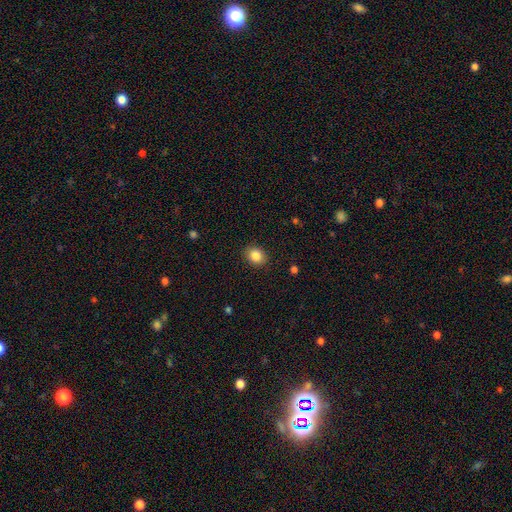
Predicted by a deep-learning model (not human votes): A smooth galaxy with no disk features (85%) that is round (55%). Merging: none (89%).